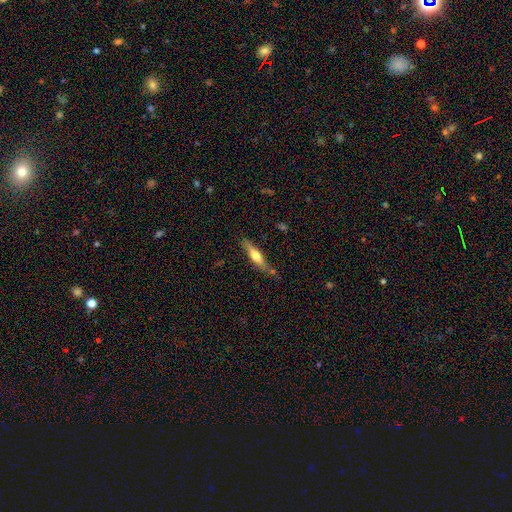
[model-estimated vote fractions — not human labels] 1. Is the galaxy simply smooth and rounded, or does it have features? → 47% smooth, 46% featured or disk, 6% star or artifact.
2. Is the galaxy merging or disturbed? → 70% none, 21% minor disturbance, 5% major disturbance, 5% merger.